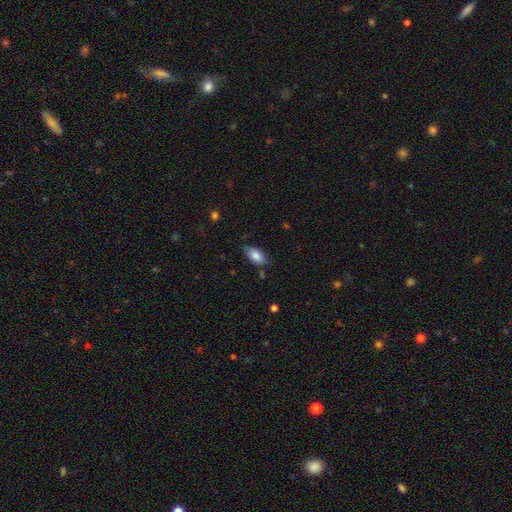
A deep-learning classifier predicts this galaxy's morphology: Smooth or featured? smooth (83%)
How rounded? in between (92%)
Merging? none (75%)